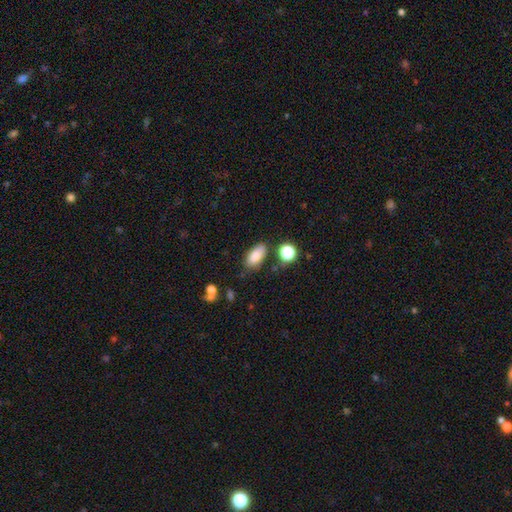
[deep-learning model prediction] Smooth or featured? smooth (84%)
How rounded? in between (90%)
Merging? none (76%)